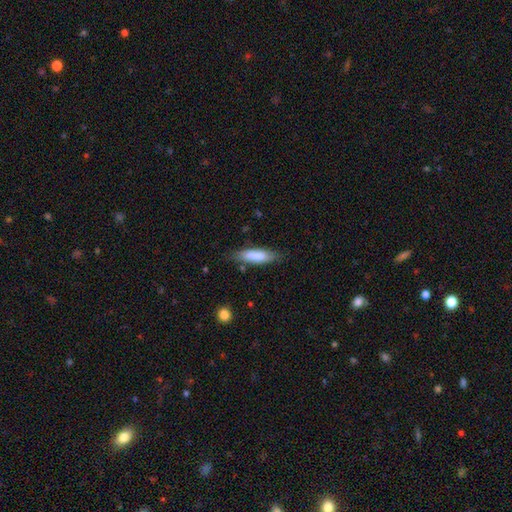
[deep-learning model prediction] A smooth galaxy with no disk features (83%) that is cigar-shaped (54%). Merging: none (77%).